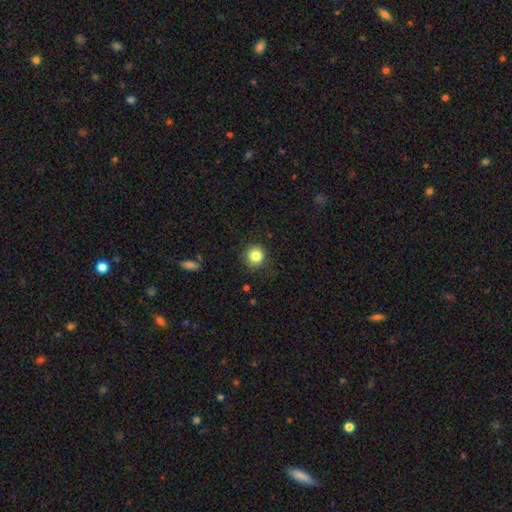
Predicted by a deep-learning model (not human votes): Smooth or featured? smooth (84%)
How rounded? round (90%)
Merging? none (87%)